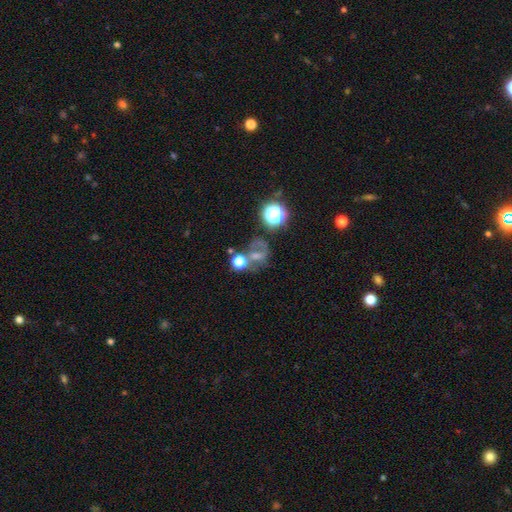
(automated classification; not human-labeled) Smooth or featured: star or artifact — 36% (featured or disk — 34%)